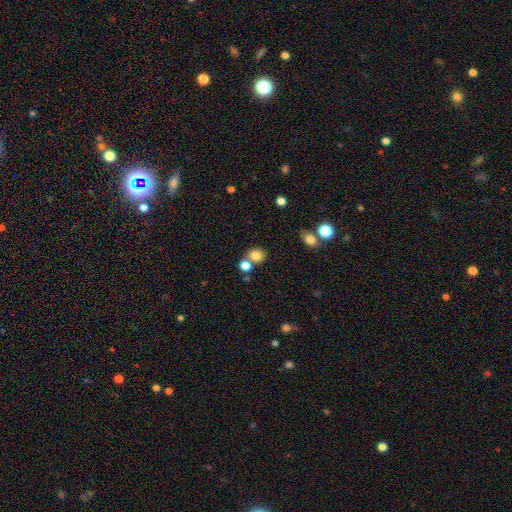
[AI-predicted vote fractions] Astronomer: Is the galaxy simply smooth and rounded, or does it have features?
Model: smooth — 81%.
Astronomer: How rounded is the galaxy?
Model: round — 64%.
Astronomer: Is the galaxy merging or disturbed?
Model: none — 60%.